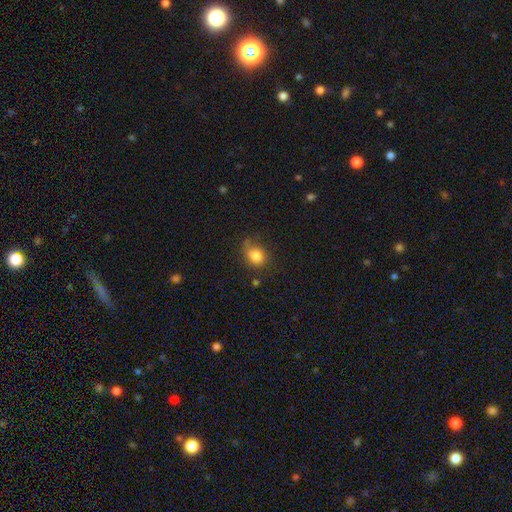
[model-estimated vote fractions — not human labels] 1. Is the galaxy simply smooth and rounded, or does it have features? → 82% smooth, 11% star or artifact, 7% featured or disk.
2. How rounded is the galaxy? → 61% round, 38% in between, 1% cigar-shaped.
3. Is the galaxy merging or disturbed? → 64% none, 25% minor disturbance, 8% major disturbance, 4% merger.